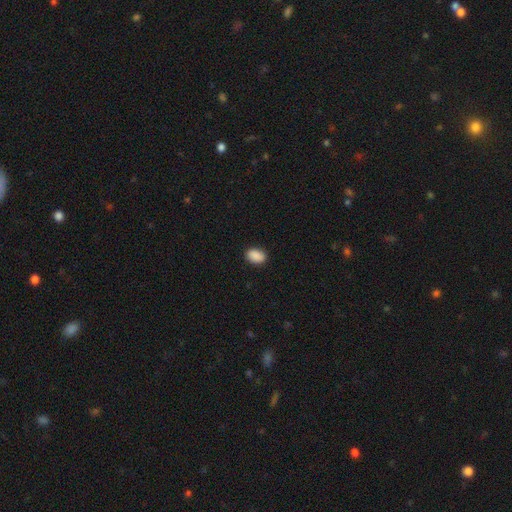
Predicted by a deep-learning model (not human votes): Overall: smooth (90%). How rounded: in between (84%). Merging: none (88%).